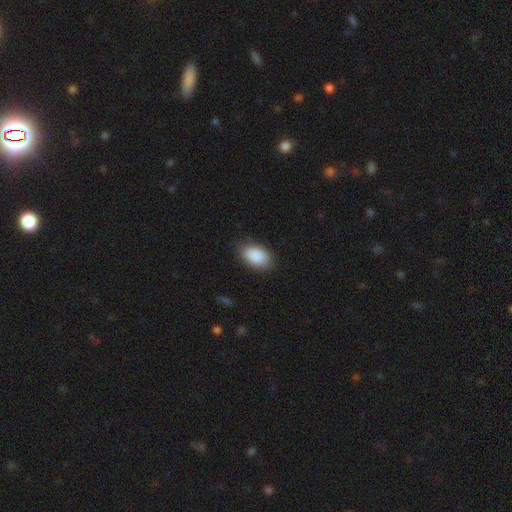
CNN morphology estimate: Overall: smooth (90%). How rounded: in between (93%). Merging: none (85%).